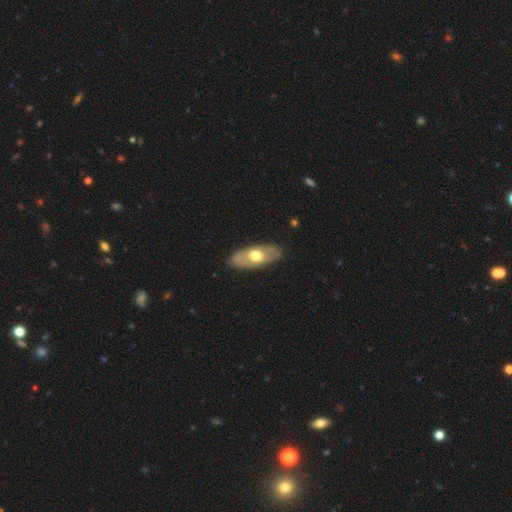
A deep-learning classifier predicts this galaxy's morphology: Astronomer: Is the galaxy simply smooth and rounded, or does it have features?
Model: smooth — 48% (runner-up: featured or disk, 47%).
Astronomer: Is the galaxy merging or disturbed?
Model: none — 85%.